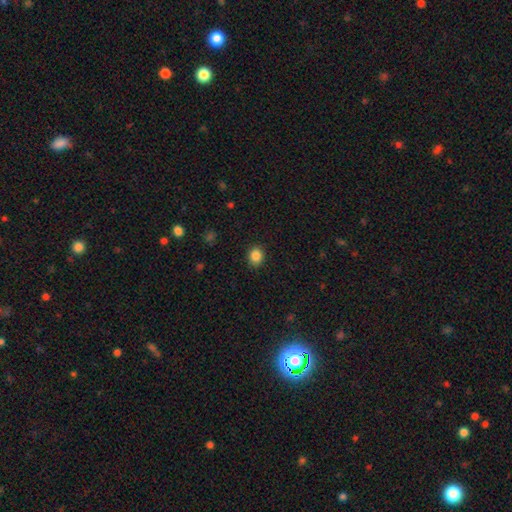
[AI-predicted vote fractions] Q: Smooth or featured?
A: smooth (86%); runner-up: star or artifact (10%)
Q: How rounded?
A: round (61%); runner-up: in between (38%)
Q: Merging?
A: none (88%); runner-up: minor disturbance (8%)